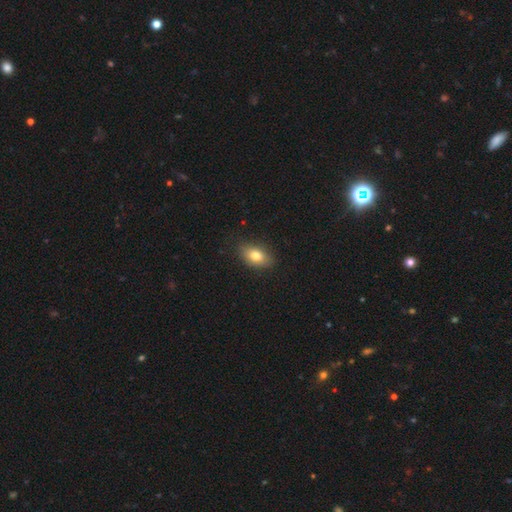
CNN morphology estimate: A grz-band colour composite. It shows a smooth galaxy with no disk features (79%) that is in between round and cigar-shaped (85%). Merging: none (84%).